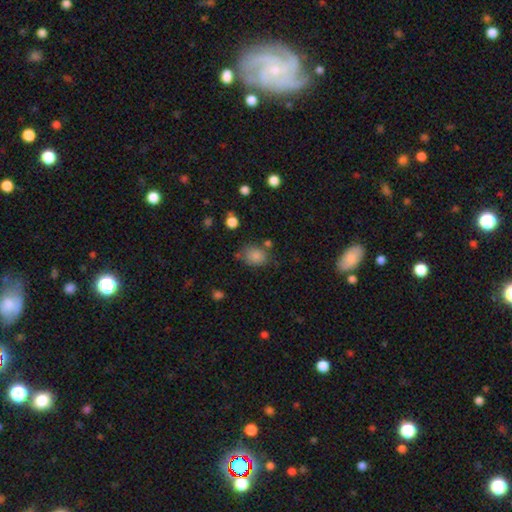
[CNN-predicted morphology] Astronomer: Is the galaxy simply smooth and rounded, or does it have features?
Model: smooth — 83%.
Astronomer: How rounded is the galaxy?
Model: in between — 55% (runner-up: round, 44%).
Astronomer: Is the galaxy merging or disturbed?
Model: none — 67%.